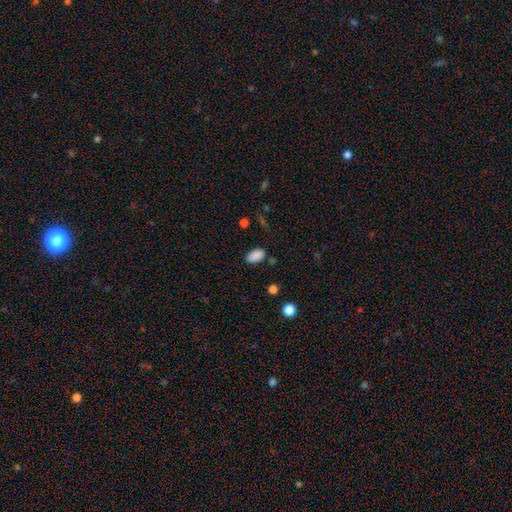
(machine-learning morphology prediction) Smooth or featured? smooth (87%)
How rounded? in between (93%)
Merging? none (80%)